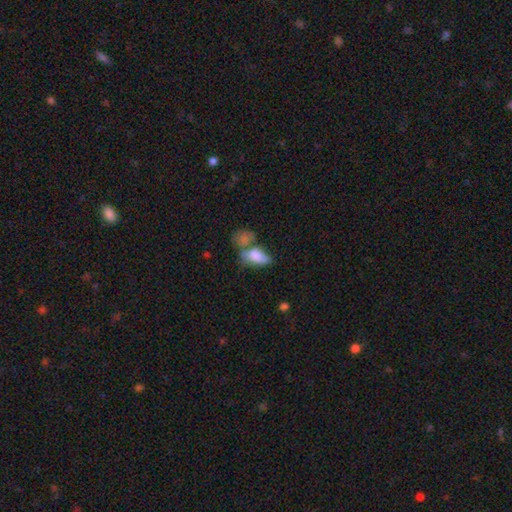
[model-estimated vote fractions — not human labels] smooth-or-featured: smooth: 77% | featured or disk: 14% | star or artifact: 8%
  how-rounded: in between: 89% | round: 7% | cigar-shaped: 5%
  merging: merger: 49% | none: 24% | minor disturbance: 15% | major disturbance: 13%